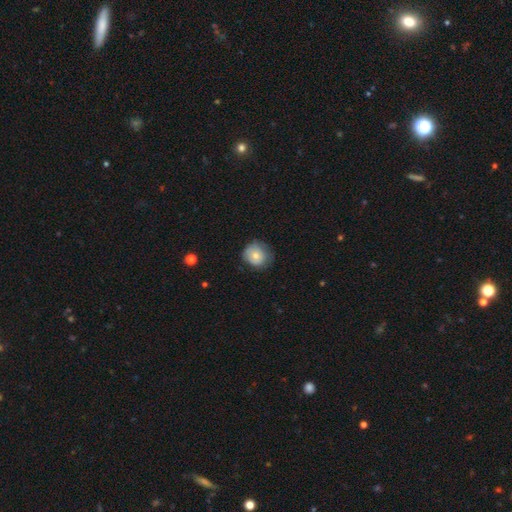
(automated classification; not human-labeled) Overall: smooth (71%). How rounded: round (82%). Merging: none (63%; minor disturbance 28%).